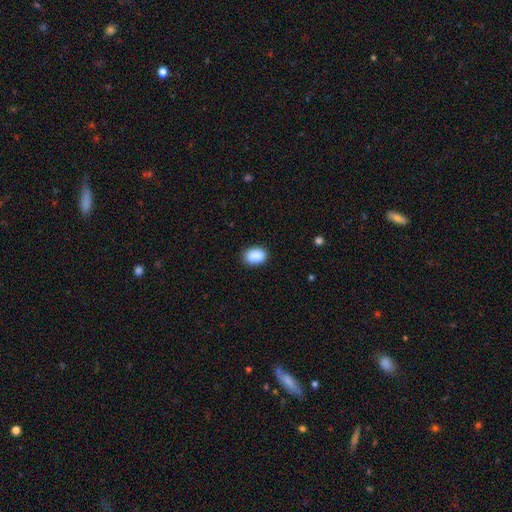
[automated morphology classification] smooth 90%, star or artifact 7%, featured or disk 3%. Down the decision tree: how rounded — in between (82%); merging — none (87%).